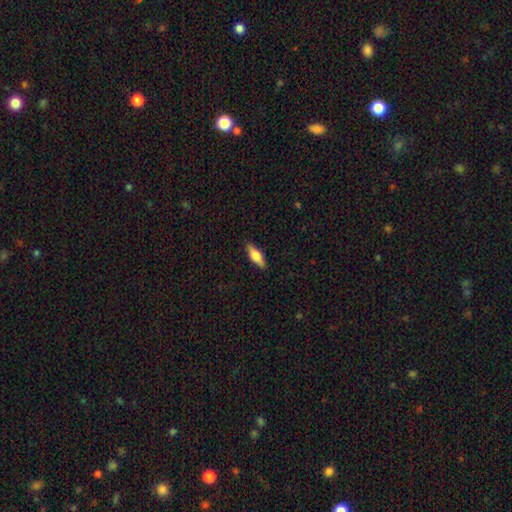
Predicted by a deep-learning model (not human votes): This is possibly a smooth galaxy (55%). How rounded: possibly in between (57%). Merging: clearly none (88%).